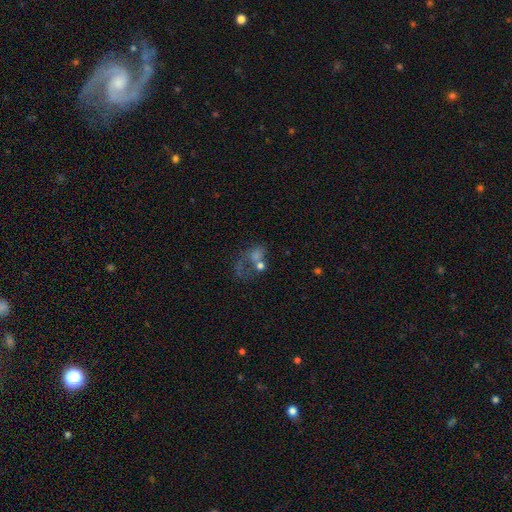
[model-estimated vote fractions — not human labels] This appears to be a featured or disk galaxy (38%). Merging: merger (37%).